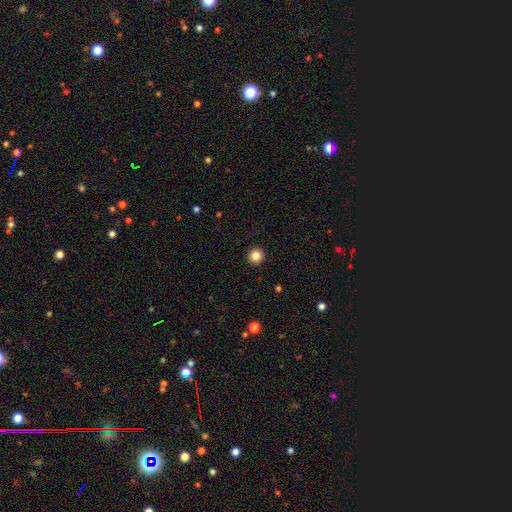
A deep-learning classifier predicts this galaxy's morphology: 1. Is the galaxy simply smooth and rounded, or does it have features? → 84% smooth, 11% star or artifact, 5% featured or disk.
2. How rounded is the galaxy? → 95% round, 4% in between, 1% cigar-shaped.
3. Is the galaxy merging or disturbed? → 93% none, 4% minor disturbance, 2% major disturbance, 1% merger.